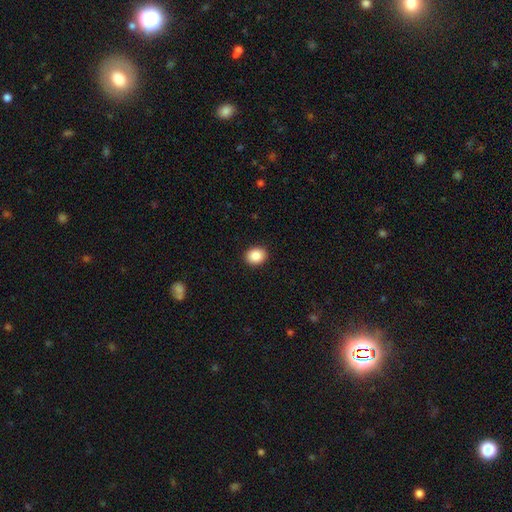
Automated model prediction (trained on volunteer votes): The model was most divided on "how rounded": round: 56%, in between: 43%, cigar-shaped: 1%. More confident: merging — none (92%); smooth or featured — smooth (88%).